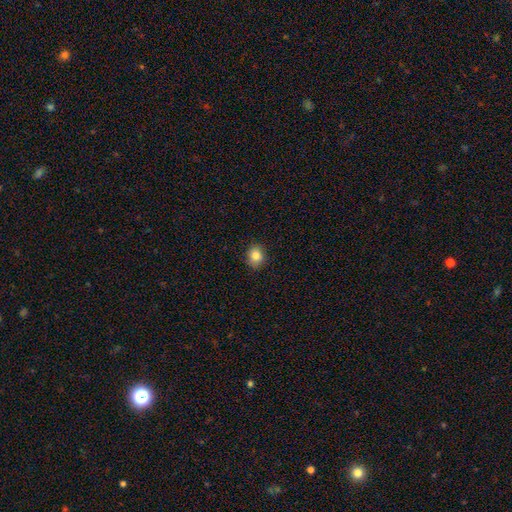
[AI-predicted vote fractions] Q: Smooth or featured?
A: smooth (84%); runner-up: star or artifact (10%)
Q: How rounded?
A: round (65%); runner-up: in between (35%)
Q: Merging?
A: none (89%); runner-up: minor disturbance (8%)